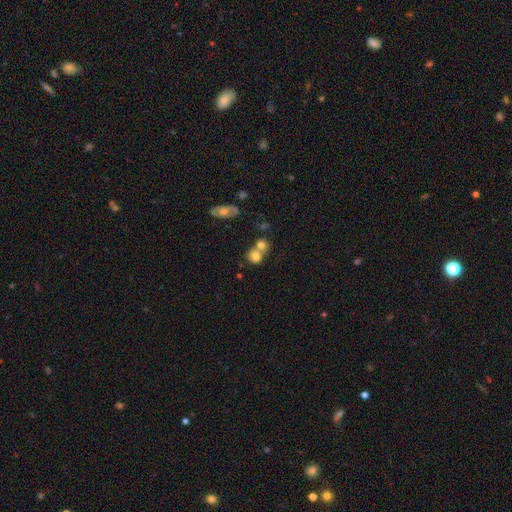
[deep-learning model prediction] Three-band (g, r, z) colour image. It shows a smooth galaxy with no disk features (76%) that is round (74%). Merging: merger (51%).